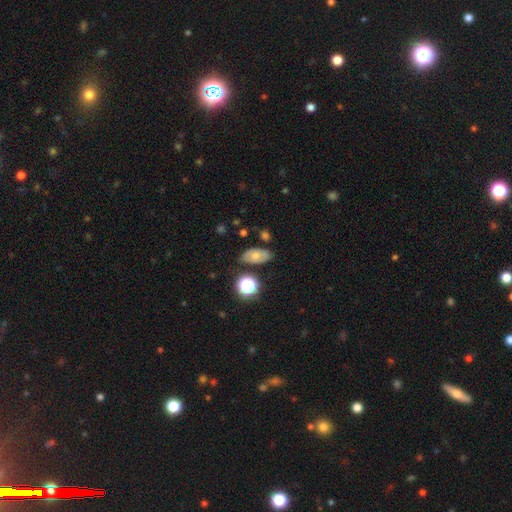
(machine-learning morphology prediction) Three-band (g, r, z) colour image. It shows a smooth galaxy with no disk features (62%) that is in between round and cigar-shaped (85%). Merging: none (73%).